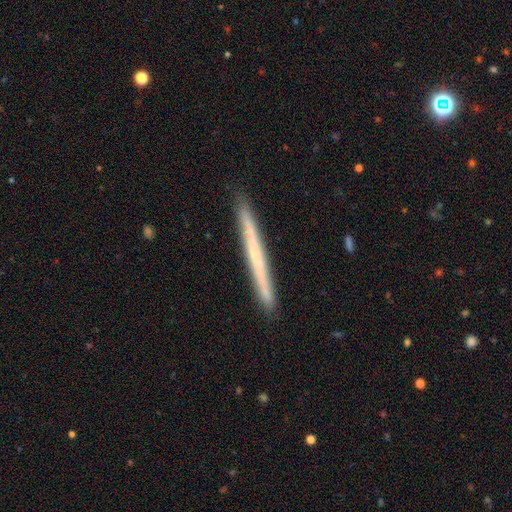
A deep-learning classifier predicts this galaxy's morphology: Smooth or featured? featured or disk (47%, tied with smooth)
Merging? none (91%)